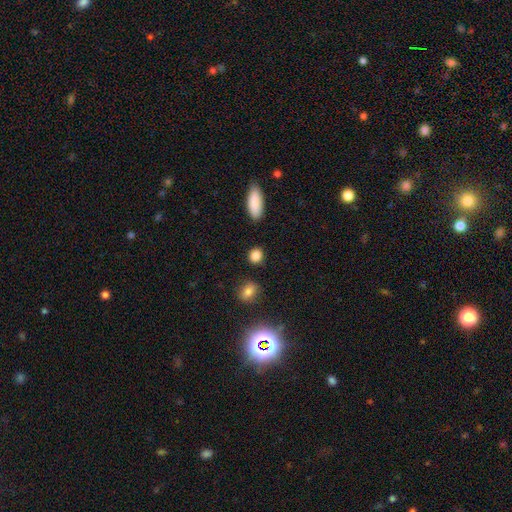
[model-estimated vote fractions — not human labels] Smooth or featured? smooth (86%)
How rounded? round (69%)
Merging? none (86%)